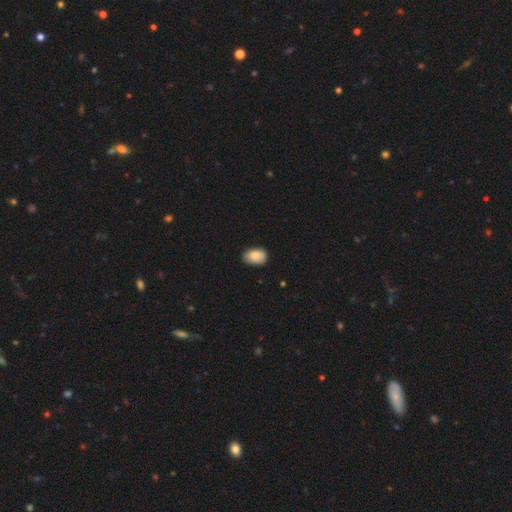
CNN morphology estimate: smooth-or-featured: smooth: 86% | star or artifact: 7% | featured or disk: 7%
  how-rounded: in between: 89% | round: 10% | cigar-shaped: 1%
  merging: none: 76% | minor disturbance: 20% | major disturbance: 3% | merger: 1%